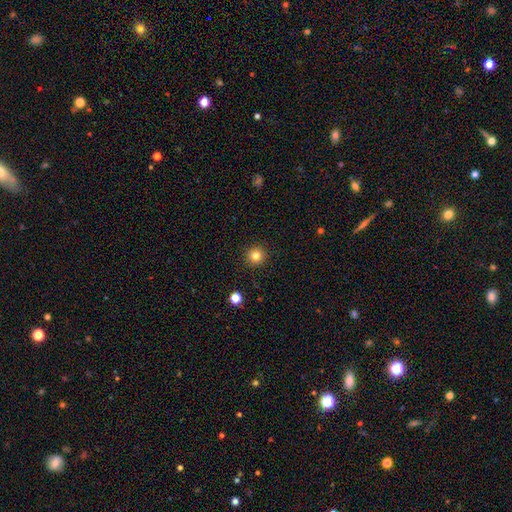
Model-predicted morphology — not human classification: Smooth or featured?
  - smooth: 81% *
  - star or artifact: 13%
  - featured or disk: 6%
How rounded?
  - round: 96% *
  - in between: 3%
  - cigar-shaped: 1%
Merging?
  - none: 92% *
  - minor disturbance: 5%
  - major disturbance: 2%
  - merger: 1%